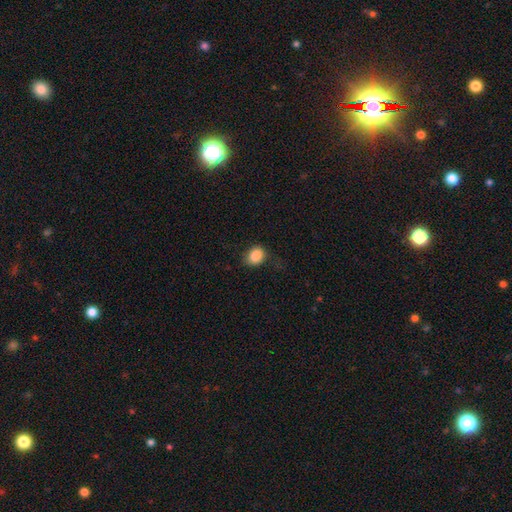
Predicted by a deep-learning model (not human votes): Smooth or featured: smooth — 87% (star or artifact — 8%)
How rounded: round — 50% (in between — 49%)
Merging: none — 69% (minor disturbance — 22%)